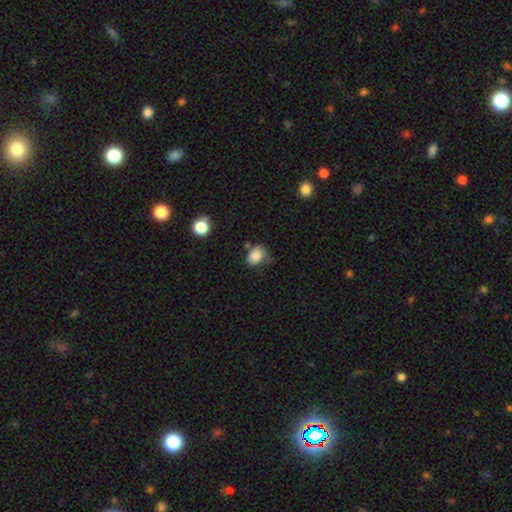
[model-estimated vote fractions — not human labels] The model was most divided on "merging": none: 46%, minor disturbance: 34%, major disturbance: 13%, merger: 7%. More confident: smooth or featured — smooth (84%); how rounded — in between (70%).